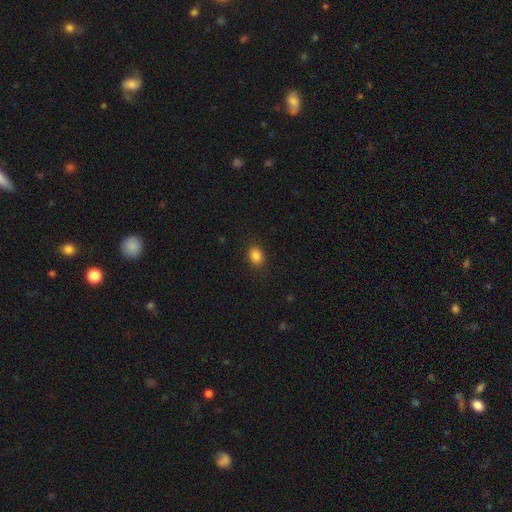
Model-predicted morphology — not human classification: This appears to be a smooth galaxy with no disk features (86%) that is in between round and cigar-shaped (62%). Merging: none (89%).